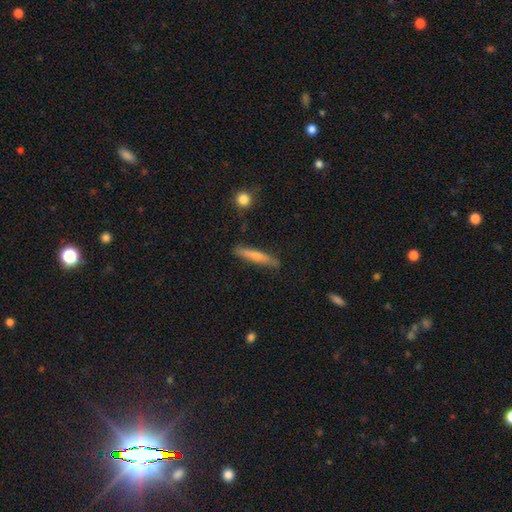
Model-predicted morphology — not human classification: This is likely a smooth galaxy (68%). How rounded: clearly cigar-shaped (90%). Merging: clearly none (84%).